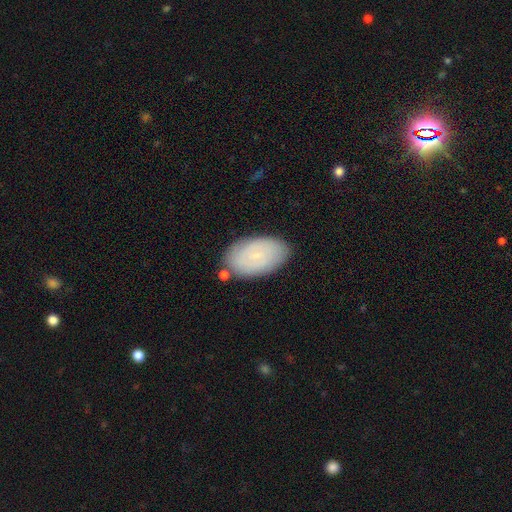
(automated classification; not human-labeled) smooth-or-featured: smooth: 56% | featured or disk: 36% | star or artifact: 8%
  how-rounded: in between: 94% | round: 4% | cigar-shaped: 2%
  merging: none: 82% | minor disturbance: 13% | major disturbance: 3% | merger: 2%